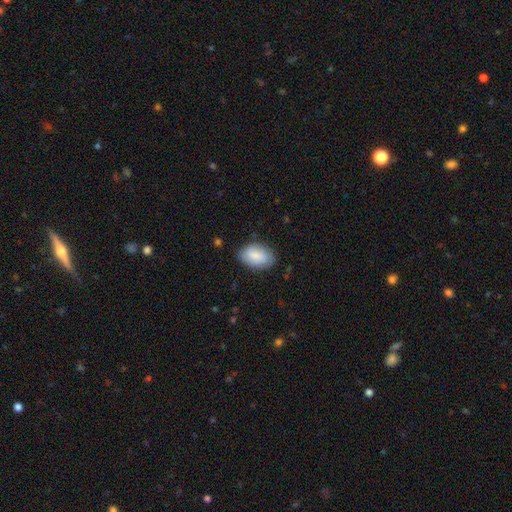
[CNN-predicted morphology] smooth-or-featured: smooth: 83% | featured or disk: 11% | star or artifact: 6%
  how-rounded: in between: 92% | round: 6% | cigar-shaped: 2%
  merging: none: 80% | minor disturbance: 16% | major disturbance: 3% | merger: 1%